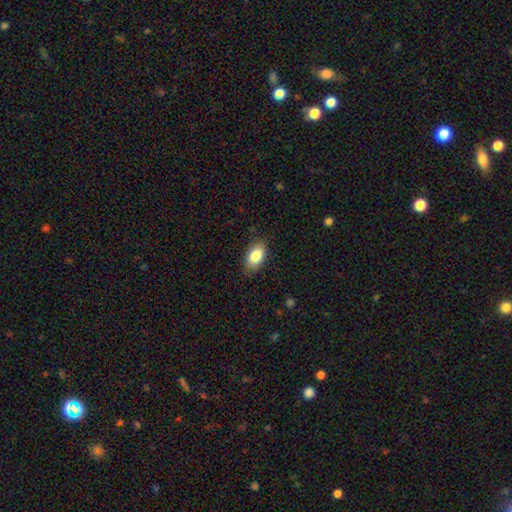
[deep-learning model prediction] Morphology: type=smooth (83%); roundness=in between (92%); merging=none (84%).